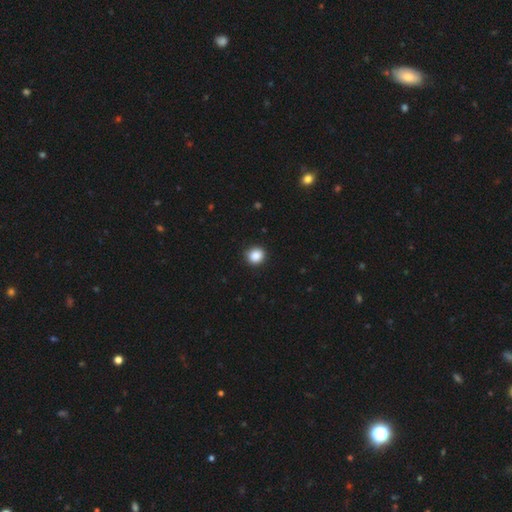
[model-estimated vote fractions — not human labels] Smooth or featured? Predicted: smooth (p=0.88). How rounded? Predicted: round (p=0.87). Merging? Predicted: none (p=0.91).